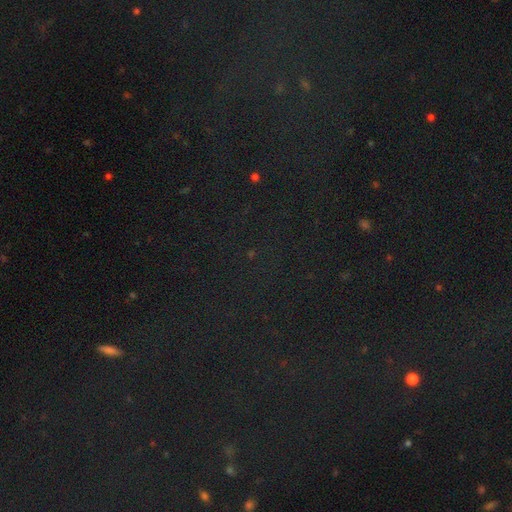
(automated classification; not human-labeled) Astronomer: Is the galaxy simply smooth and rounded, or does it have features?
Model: star or artifact — 82%.